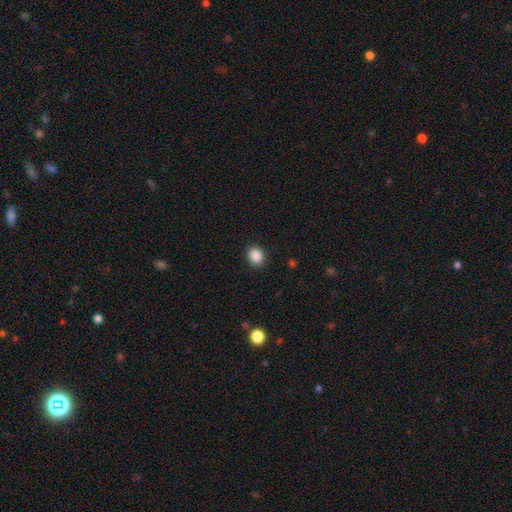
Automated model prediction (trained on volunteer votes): Q: Smooth or featured?
A: smooth (88%); runner-up: star or artifact (9%)
Q: How rounded?
A: round (63%); runner-up: in between (36%)
Q: Merging?
A: none (89%); runner-up: minor disturbance (8%)